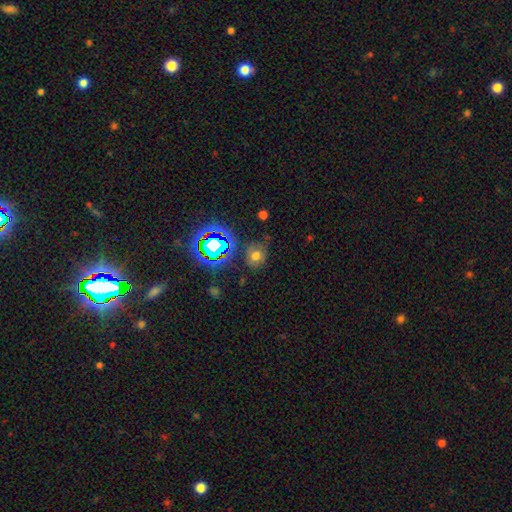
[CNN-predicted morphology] This appears to be a smooth galaxy with no disk features (60%) that is round (66%). Merging: none (68%).